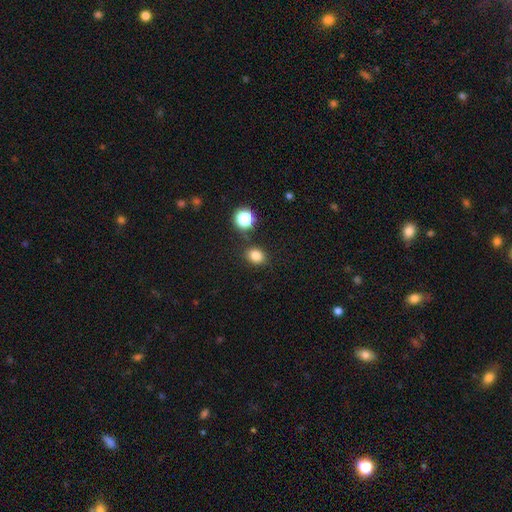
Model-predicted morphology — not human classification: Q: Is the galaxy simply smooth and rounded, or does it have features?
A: smooth — 81%.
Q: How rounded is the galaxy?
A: round — 51%.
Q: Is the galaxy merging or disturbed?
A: none — 83%.